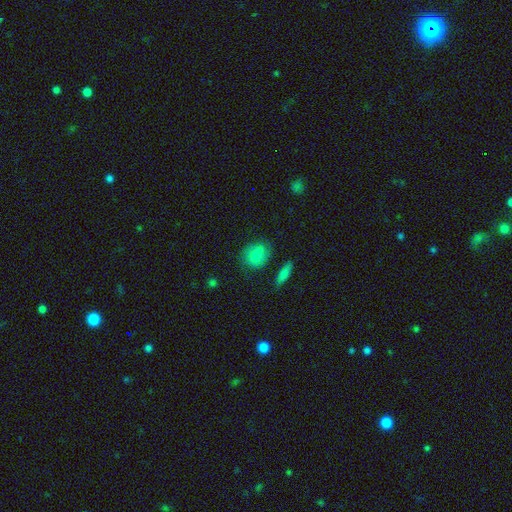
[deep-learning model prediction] smooth-or-featured: smooth: 76% | featured or disk: 15% | star or artifact: 9%
  how-rounded: round: 64% | in between: 34% | cigar-shaped: 2%
  merging: none: 65% | minor disturbance: 19% | merger: 10% | major disturbance: 6%